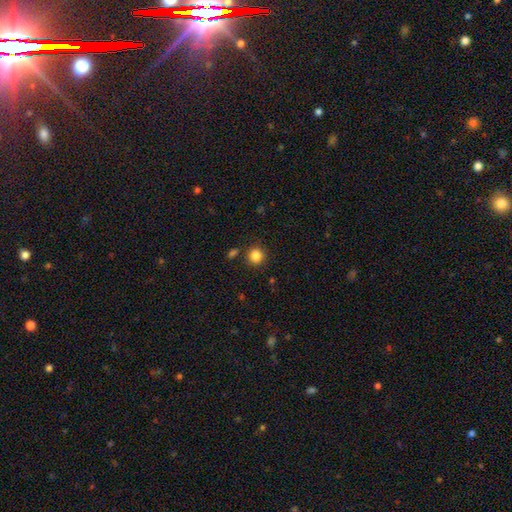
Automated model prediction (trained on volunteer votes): Overall: smooth (85%). How rounded: round (91%). Merging: none (87%).